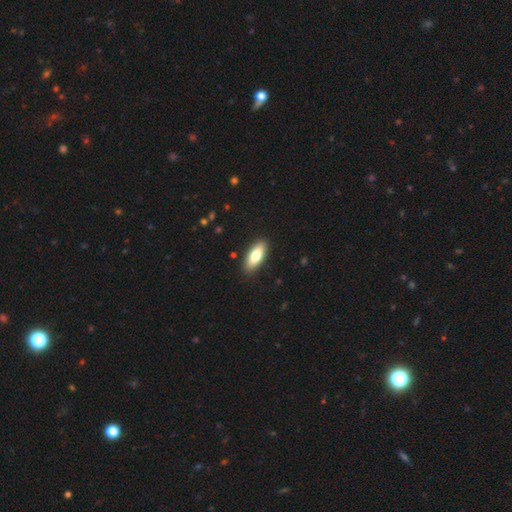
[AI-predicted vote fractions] Morphology: type=smooth (77%); roundness=in between (78%); merging=none (89%).